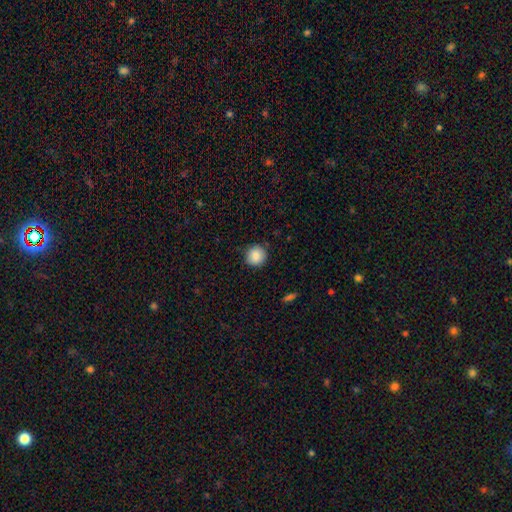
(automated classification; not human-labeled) Smooth or featured?
  - smooth: 86% *
  - star or artifact: 8%
  - featured or disk: 5%
How rounded?
  - round: 91% *
  - in between: 8%
  - cigar-shaped: 1%
Merging?
  - none: 89% *
  - minor disturbance: 8%
  - major disturbance: 2%
  - merger: 1%